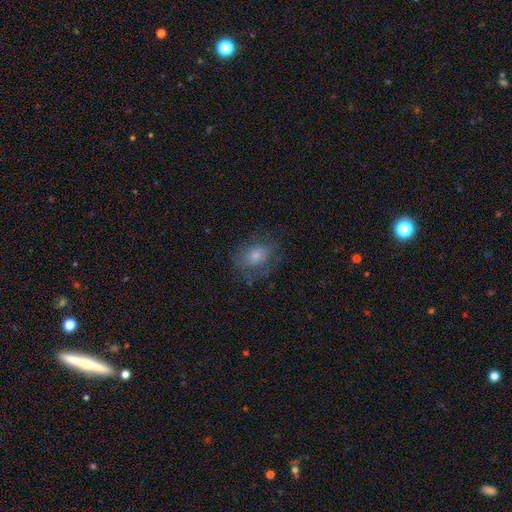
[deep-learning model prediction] smooth_or_featured: smooth (p=0.58) [alt: featured or disk p=0.28]
how_rounded: in between (p=0.52) [alt: round p=0.47]
merging: none (p=0.68) [alt: minor disturbance p=0.19]